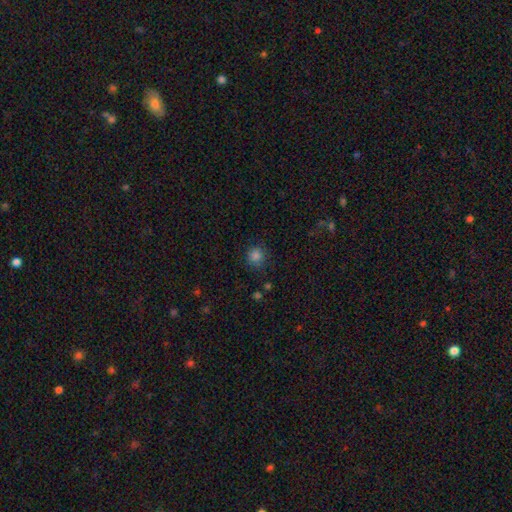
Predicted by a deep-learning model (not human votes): Q: Smooth or featured?
A: smooth (83%); runner-up: star or artifact (13%)
Q: How rounded?
A: round (91%); runner-up: in between (8%)
Q: Merging?
A: none (84%); runner-up: minor disturbance (11%)